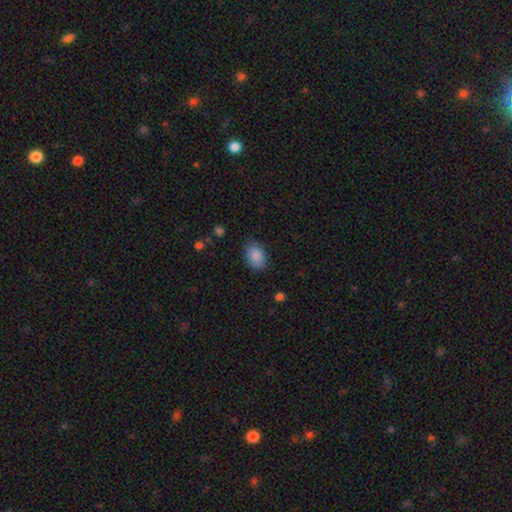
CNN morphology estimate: Smooth or featured? smooth (88%)
How rounded? in between (81%)
Merging? none (80%)